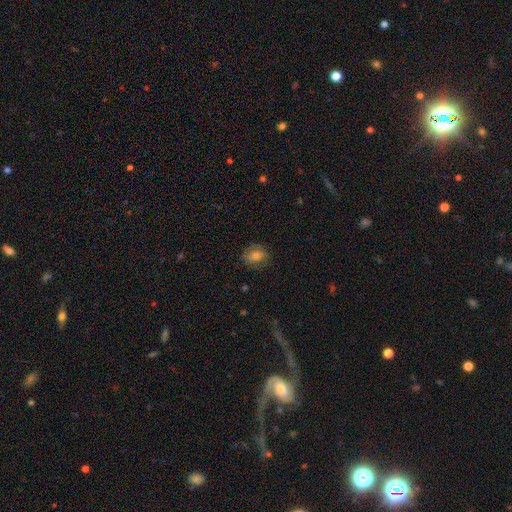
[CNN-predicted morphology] Smooth or featured? Predicted: smooth (p=0.67). How rounded? Predicted: in between (p=0.55). Merging? Predicted: none (p=0.78).